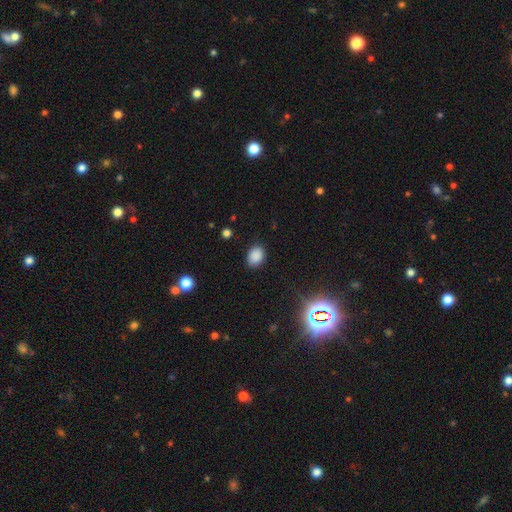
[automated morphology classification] Smooth or featured?
  - smooth: 85% *
  - star or artifact: 12%
  - featured or disk: 4%
How rounded?
  - in between: 68% *
  - round: 30%
  - cigar-shaped: 1%
Merging?
  - none: 83% *
  - minor disturbance: 13%
  - major disturbance: 3%
  - merger: 1%